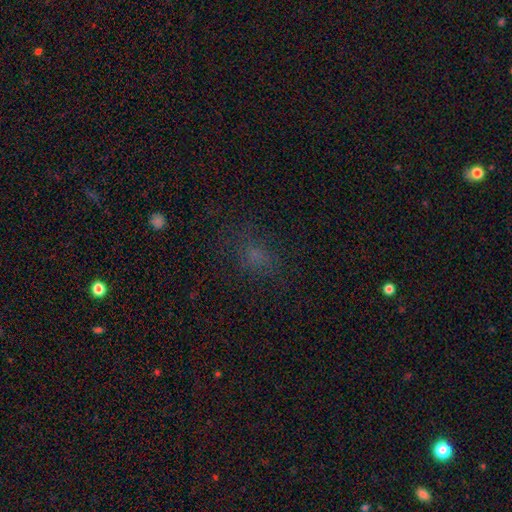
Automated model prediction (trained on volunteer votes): Smooth or featured: smooth — 58% (star or artifact — 29%)
How rounded: in between — 60% (round — 37%)
Merging: none — 68% (minor disturbance — 17%)